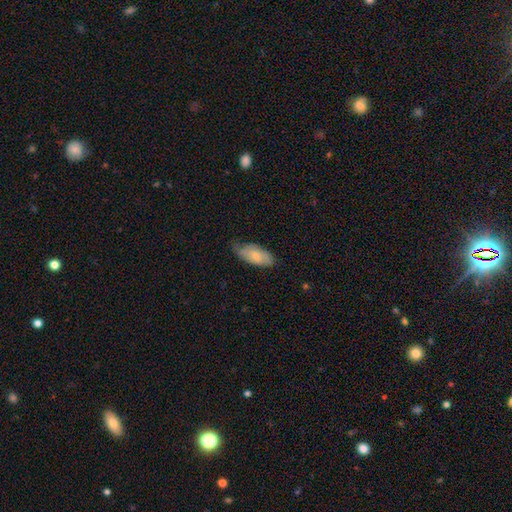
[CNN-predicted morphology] smooth 70%, featured or disk 24%, star or artifact 6%. Down the decision tree: how rounded — in between (89%); merging — none (55%).